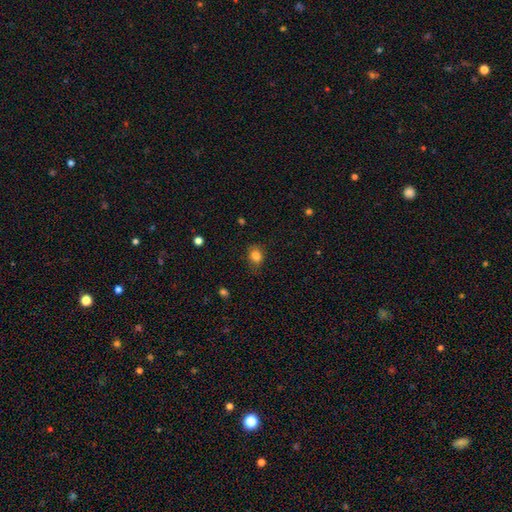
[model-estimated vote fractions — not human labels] Smooth or featured? smooth (83%)
How rounded? round (51%)
Merging? none (76%)